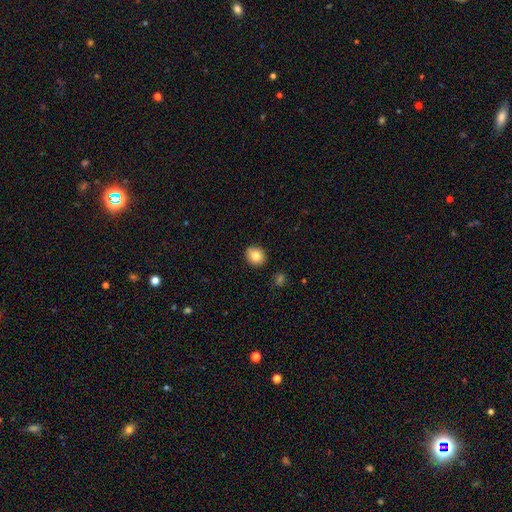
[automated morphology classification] Smooth or featured: smooth — 83% (star or artifact — 9%)
How rounded: round — 70% (in between — 29%)
Merging: none — 87% (minor disturbance — 10%)